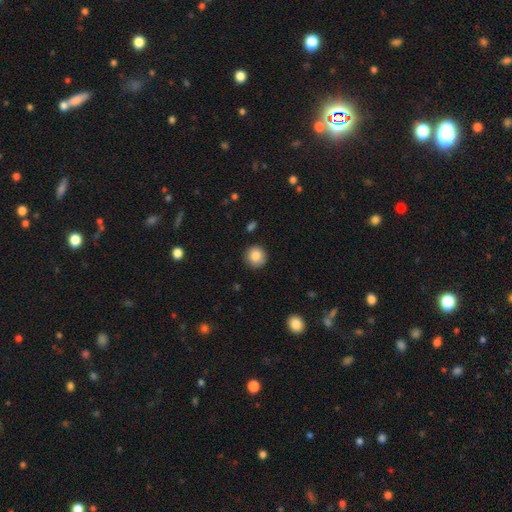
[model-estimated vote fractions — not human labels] This appears to be a smooth galaxy with no disk features (86%) that is round (93%). Merging: none (89%).